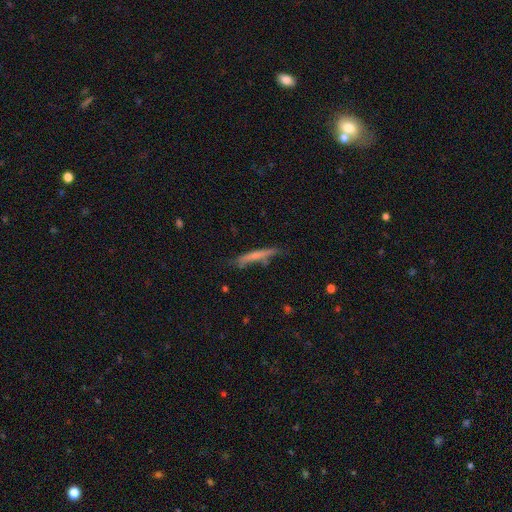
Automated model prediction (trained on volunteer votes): This is possibly a smooth galaxy (58%). How rounded: clearly cigar-shaped (95%). Merging: likely none (70%).